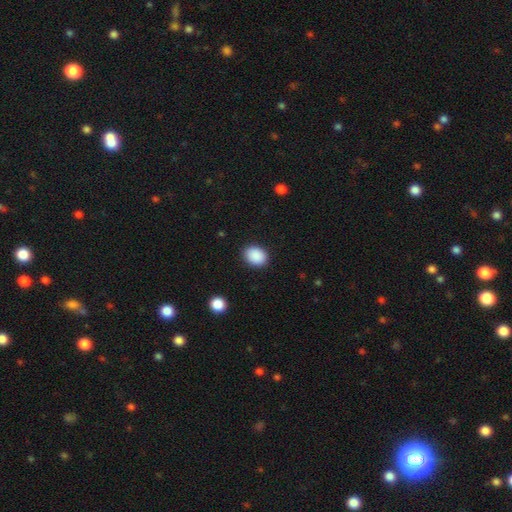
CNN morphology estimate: This appears to be a smooth galaxy with no disk features (90%) that is in between round and cigar-shaped (60%). Merging: none (89%).